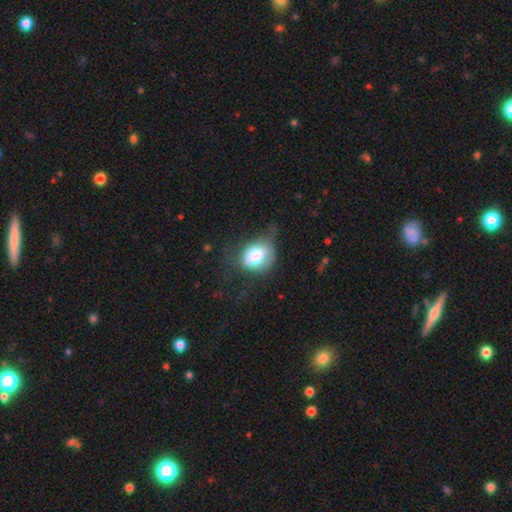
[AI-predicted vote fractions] This is likely a smooth galaxy (74%). How rounded: possibly in between (51%). Merging: marginally none (34%).